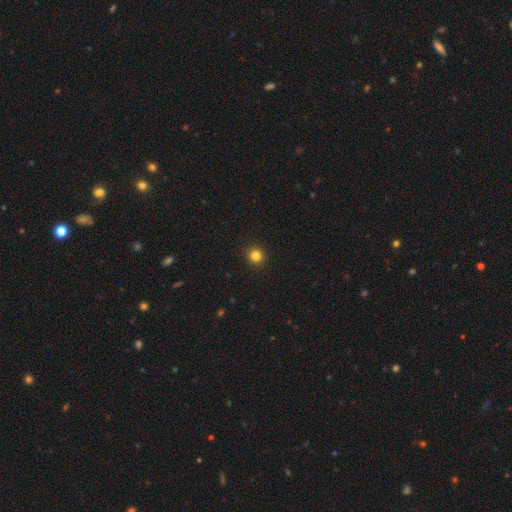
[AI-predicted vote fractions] Q: Smooth or featured?
A: smooth (82%); runner-up: star or artifact (13%)
Q: How rounded?
A: round (95%); runner-up: in between (4%)
Q: Merging?
A: none (93%); runner-up: minor disturbance (4%)